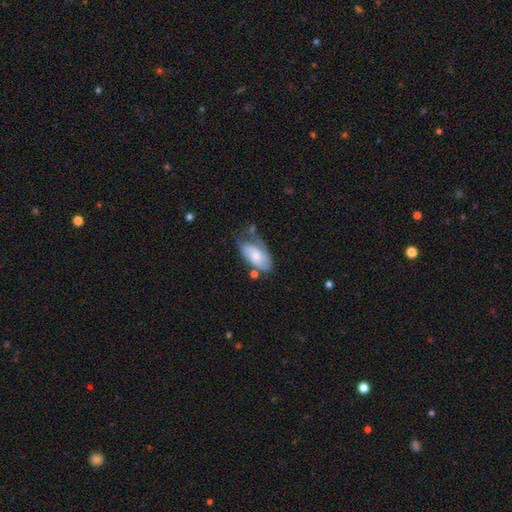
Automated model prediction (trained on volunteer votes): Overall: smooth (53%; featured or disk 41%). How rounded: in between (92%). Merging: none (38%; minor disturbance 32%).